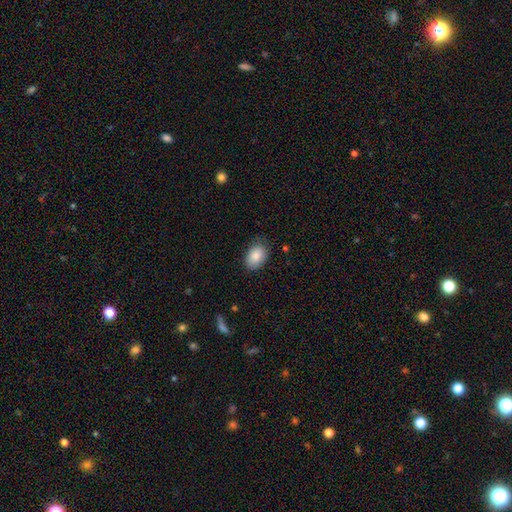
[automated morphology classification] smooth_or_featured: smooth (p=0.86) [alt: star or artifact p=0.07]
how_rounded: in between (p=0.87) [alt: round p=0.12]
merging: none (p=0.80) [alt: minor disturbance p=0.16]